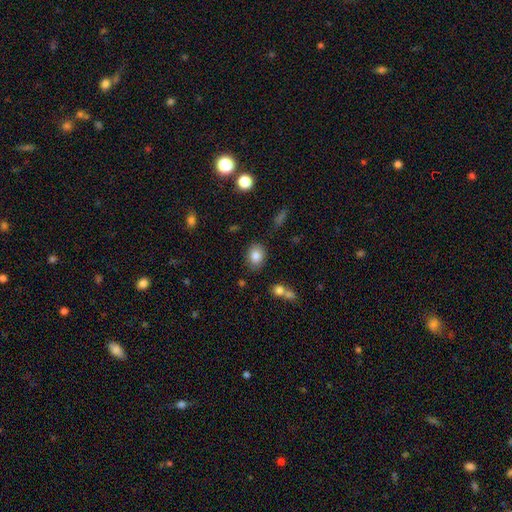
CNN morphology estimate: Smooth or featured? Predicted: smooth (p=0.83). How rounded? Predicted: in between (p=0.64). Merging? Predicted: none (p=0.83).